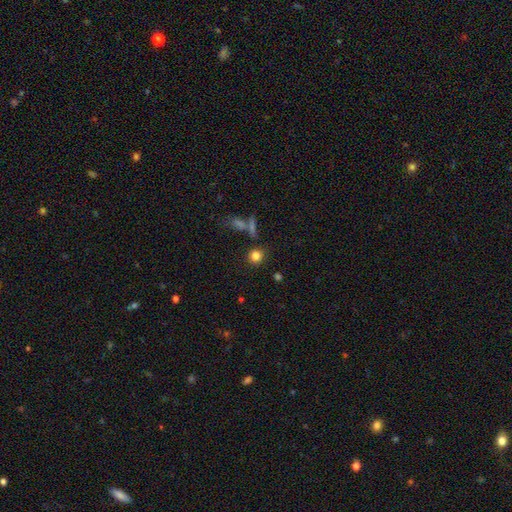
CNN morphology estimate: A smooth galaxy with no disk features (81%) that is round (87%). Merging: none (80%).